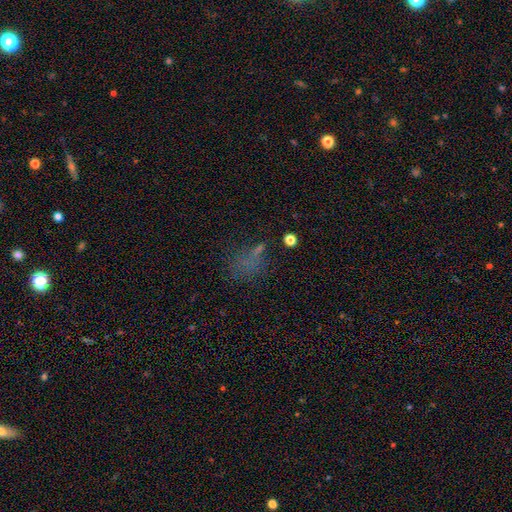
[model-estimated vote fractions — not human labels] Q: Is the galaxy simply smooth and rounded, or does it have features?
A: smooth — 46%.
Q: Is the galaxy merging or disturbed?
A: none — 44%.